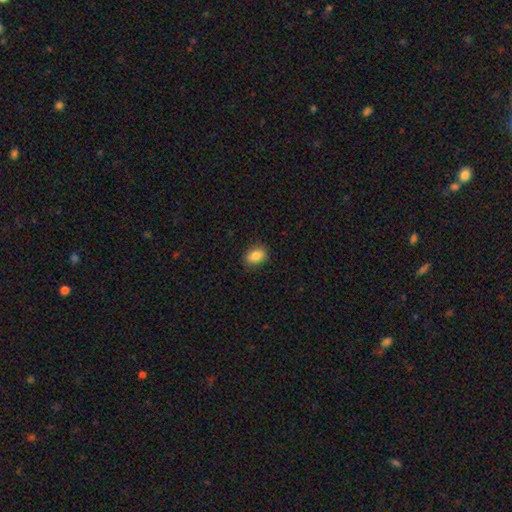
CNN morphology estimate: Overall: smooth (86%). How rounded: in between (77%). Merging: none (85%).